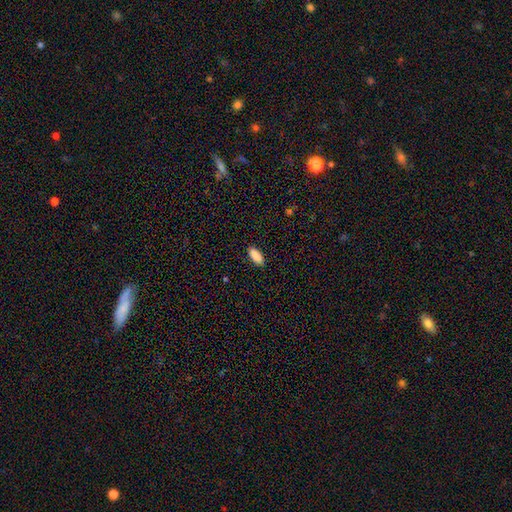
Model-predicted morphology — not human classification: Q: Smooth or featured?
A: smooth (90%); runner-up: star or artifact (7%)
Q: How rounded?
A: in between (81%); runner-up: cigar-shaped (17%)
Q: Merging?
A: none (90%); runner-up: minor disturbance (7%)